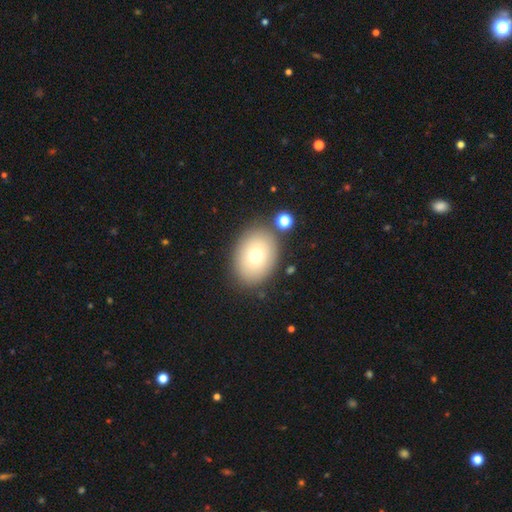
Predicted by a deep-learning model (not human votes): Smooth or featured?
  - smooth: 73% *
  - featured or disk: 17%
  - star or artifact: 10%
How rounded?
  - in between: 67% *
  - round: 32%
  - cigar-shaped: 1%
Merging?
  - none: 81% *
  - minor disturbance: 11%
  - merger: 5%
  - major disturbance: 3%